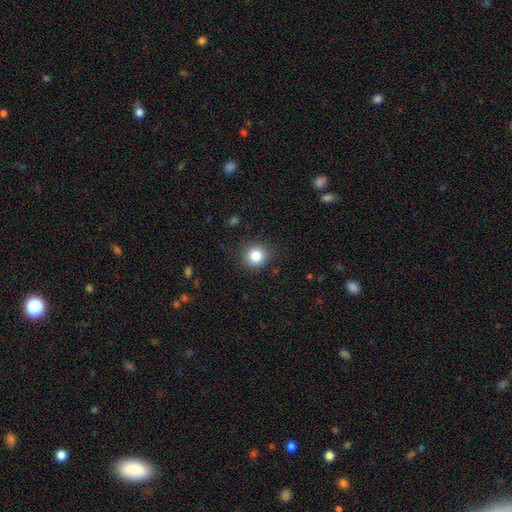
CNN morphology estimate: smooth 83%, star or artifact 11%, featured or disk 6%. Down the decision tree: how rounded — round (91%); merging — none (89%).